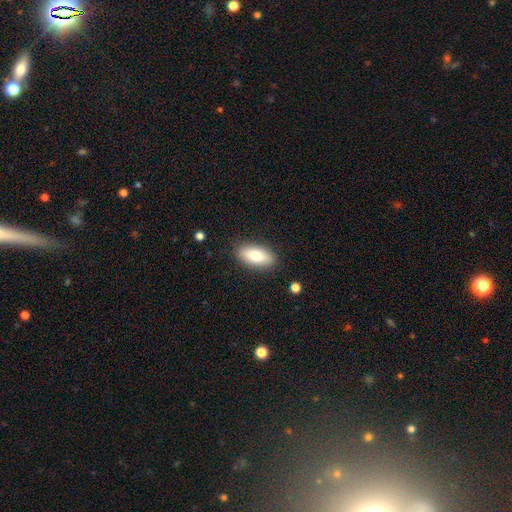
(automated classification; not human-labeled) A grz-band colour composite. It shows a smooth galaxy with no disk features (79%) that is in between round and cigar-shaped (88%). Merging: none (87%).